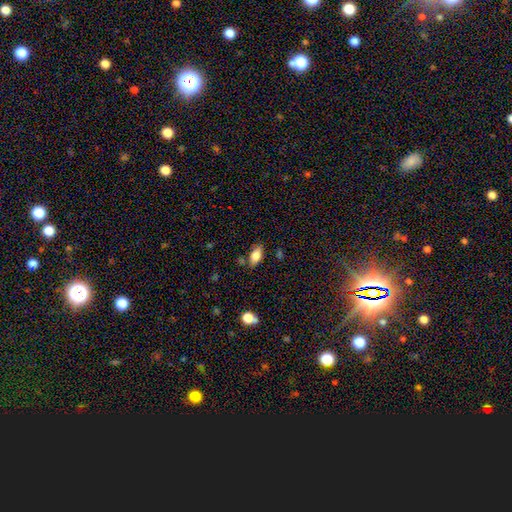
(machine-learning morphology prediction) type=smooth (81%); roundness=in between (90%); merging=none (79%).